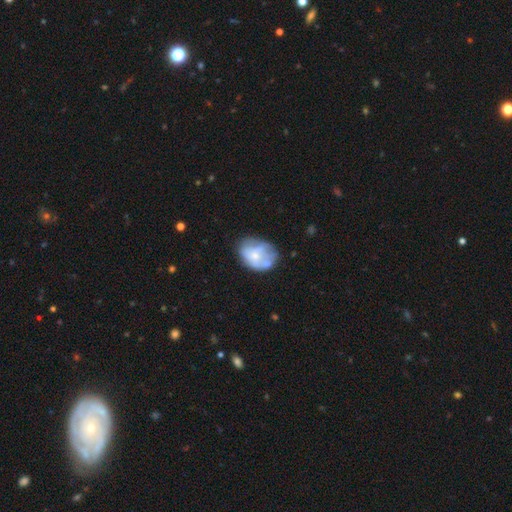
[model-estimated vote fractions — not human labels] Overall: smooth (49%; featured or disk 44%). Merging: none (48%; minor disturbance 29%).